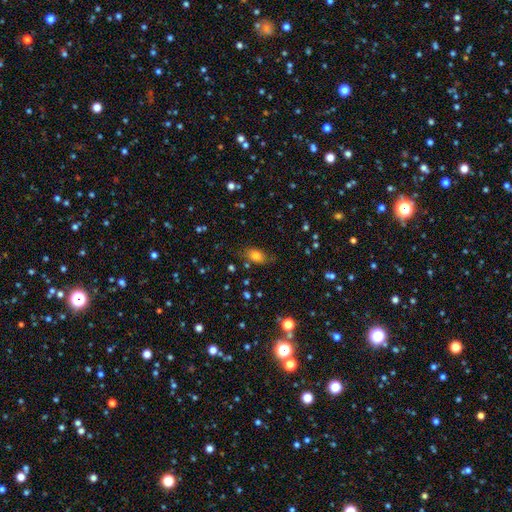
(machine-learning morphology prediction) This appears to be a smooth galaxy with no disk features (74%) that is in between round and cigar-shaped (79%). Merging: none (74%).